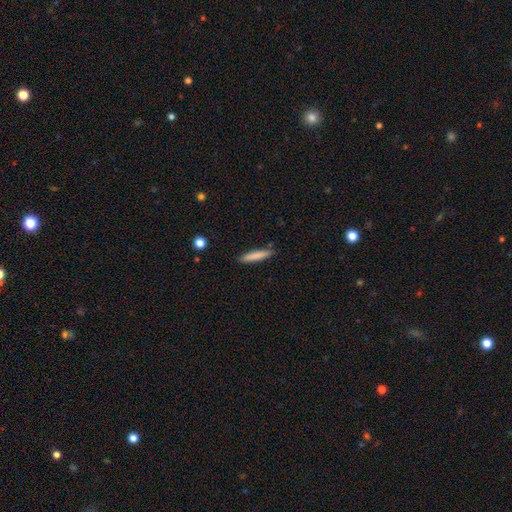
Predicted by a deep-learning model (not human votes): The model was most divided on "smooth or featured": smooth: 81%, featured or disk: 13%, star or artifact: 6%. More confident: how rounded — cigar-shaped (88%); merging — none (87%).